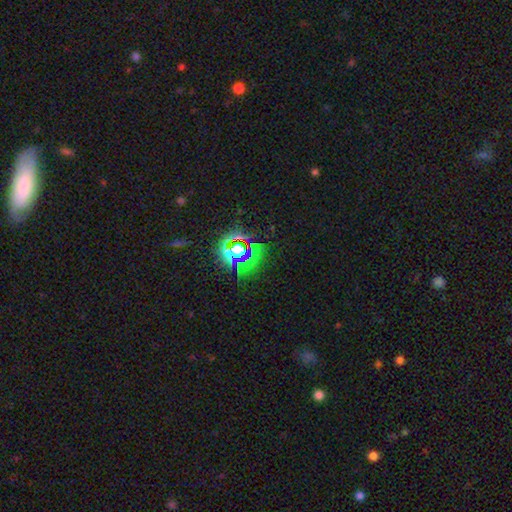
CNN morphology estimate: Overall: star or artifact (76%).